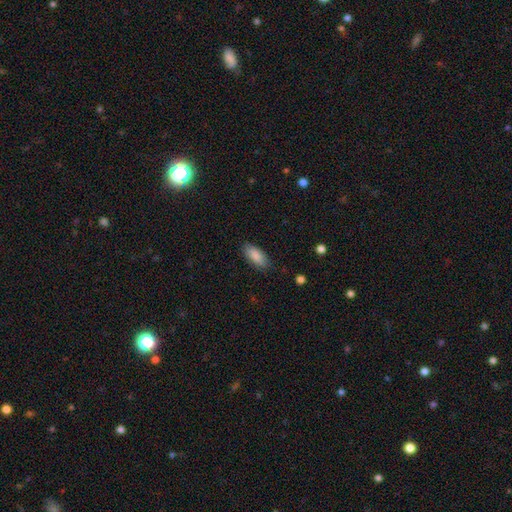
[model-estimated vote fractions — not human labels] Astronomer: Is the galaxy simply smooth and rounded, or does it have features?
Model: smooth — 86%.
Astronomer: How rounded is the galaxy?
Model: in between — 85%.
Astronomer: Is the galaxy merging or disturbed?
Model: none — 83%.